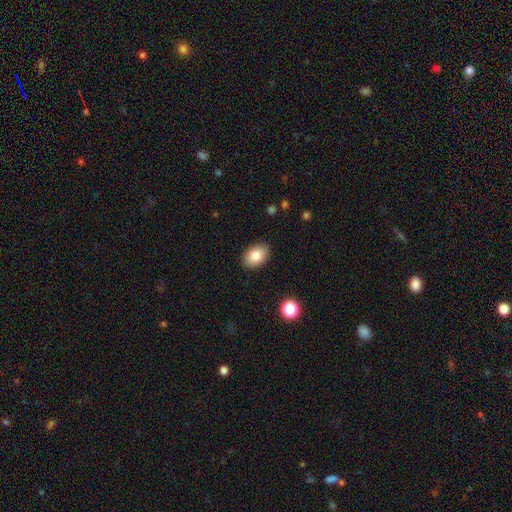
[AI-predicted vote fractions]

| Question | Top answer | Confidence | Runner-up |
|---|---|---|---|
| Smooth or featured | smooth | 82% | featured or disk (10%) |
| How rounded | in between | 84% | round (15%) |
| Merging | none | 88% | minor disturbance (9%) |